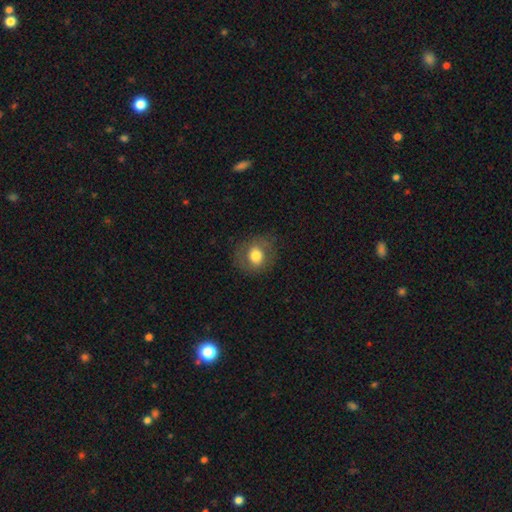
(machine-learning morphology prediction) smooth 72%, featured or disk 19%, star or artifact 9%. Down the decision tree: how rounded — round (74%); merging — none (80%).